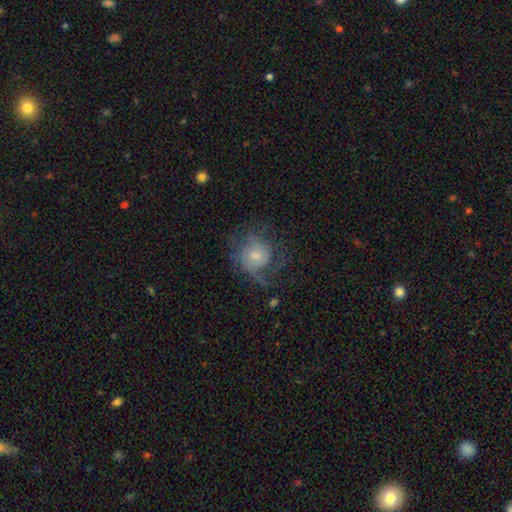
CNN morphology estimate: Smooth or featured: featured or disk — 60% (smooth — 31%)
Edge-on disk: no — 97% (yes — 3%)
Bar: no — 72% (weak — 24%)
Spiral arms: yes — 83% (no — 17%)
Bulge size: moderate — 45% (small — 39%)
Merging: none — 47% (major disturbance — 30%)